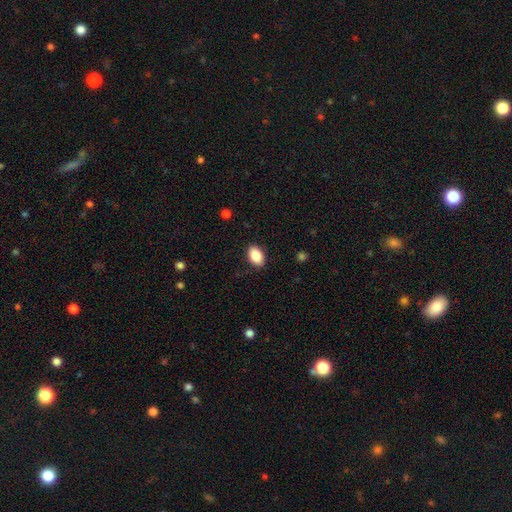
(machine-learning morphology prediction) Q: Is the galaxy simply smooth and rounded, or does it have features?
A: smooth — 88%.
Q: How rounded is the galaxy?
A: in between — 91%.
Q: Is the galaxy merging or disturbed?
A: none — 88%.